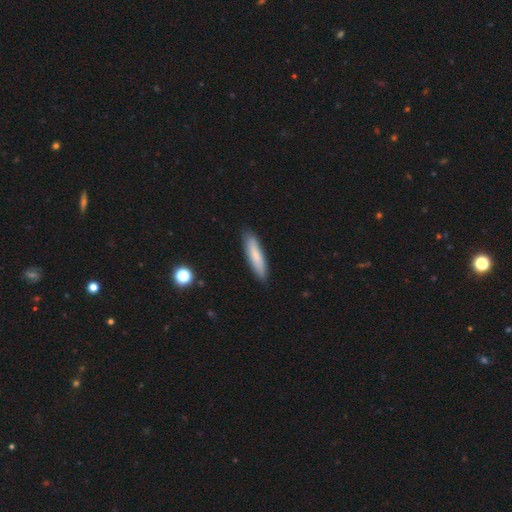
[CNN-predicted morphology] Smooth or featured? Predicted: smooth (p=0.78). How rounded? Predicted: cigar-shaped (p=0.80). Merging? Predicted: none (p=0.87).